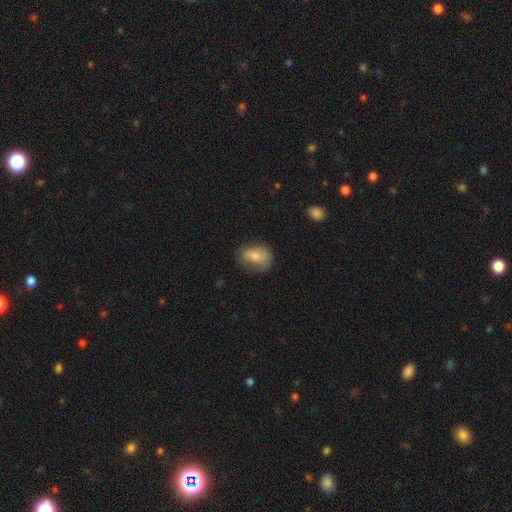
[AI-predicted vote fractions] smooth_or_featured: smooth (p=0.68) [alt: featured or disk p=0.24]
how_rounded: in between (p=0.66) [alt: round p=0.33]
merging: none (p=0.58) [alt: minor disturbance p=0.29]